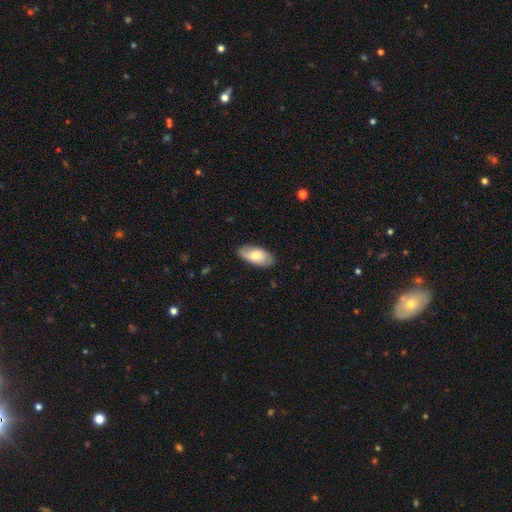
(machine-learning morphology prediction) type=smooth (68%); roundness=in between (93%); merging=none (84%).